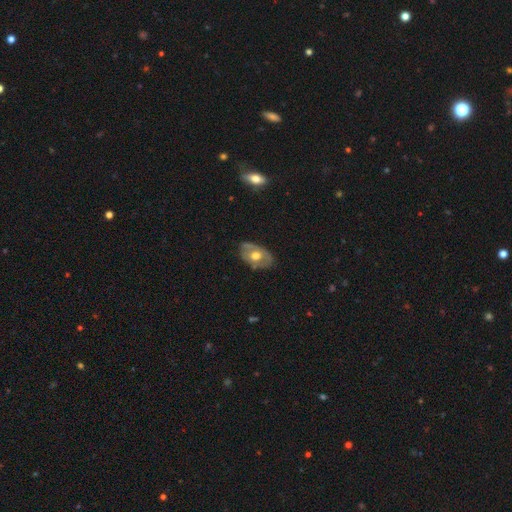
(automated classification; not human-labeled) Q: Smooth or featured?
A: featured or disk (55%); runner-up: smooth (39%)
Q: Edge-on disk?
A: no (91%); runner-up: yes (9%)
Q: Merging?
A: none (70%); runner-up: minor disturbance (23%)